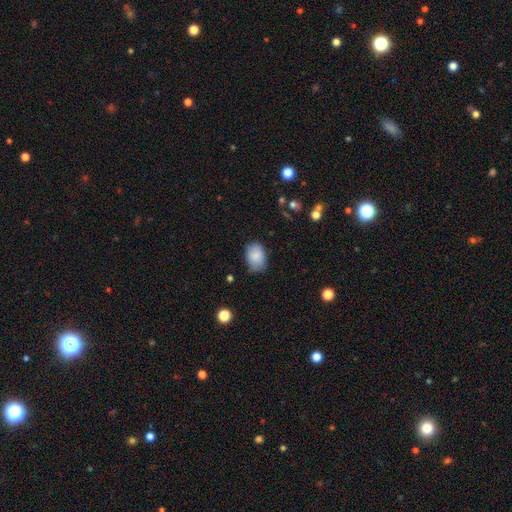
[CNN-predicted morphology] Overall: smooth (86%). How rounded: in between (82%). Merging: none (71%).